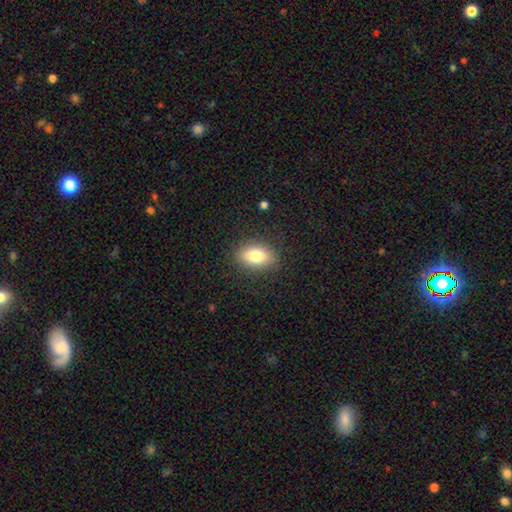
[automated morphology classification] Smooth or featured?
  - smooth: 80% *
  - featured or disk: 11%
  - star or artifact: 9%
How rounded?
  - in between: 84% *
  - round: 14%
  - cigar-shaped: 2%
Merging?
  - none: 85% *
  - minor disturbance: 10%
  - major disturbance: 3%
  - merger: 1%